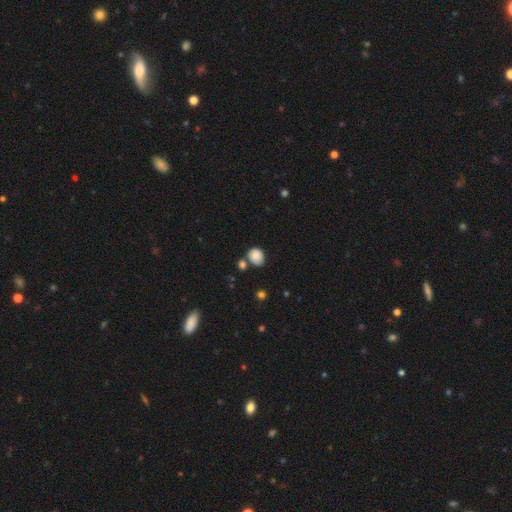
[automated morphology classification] Smooth or featured?
  - smooth: 83% *
  - star or artifact: 9%
  - featured or disk: 8%
How rounded?
  - round: 66% *
  - in between: 33%
  - cigar-shaped: 1%
Merging?
  - none: 57% *
  - minor disturbance: 21%
  - merger: 17%
  - major disturbance: 5%